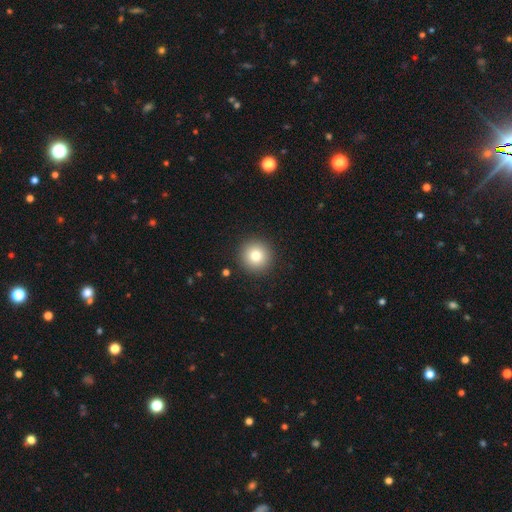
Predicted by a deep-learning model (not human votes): Smooth or featured: smooth — 80% (star or artifact — 11%)
How rounded: round — 95% (in between — 4%)
Merging: none — 92% (minor disturbance — 5%)